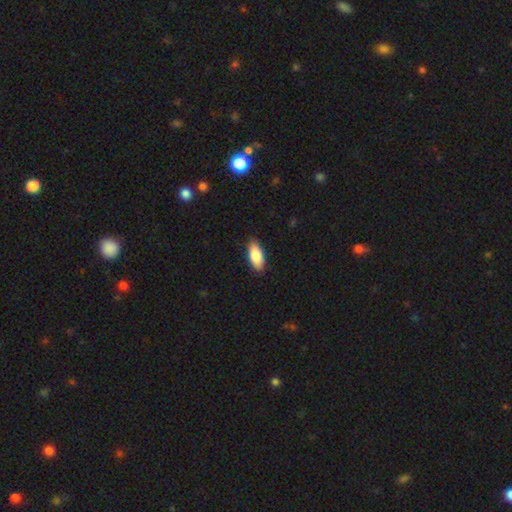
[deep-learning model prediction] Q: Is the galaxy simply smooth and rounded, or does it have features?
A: smooth — 87%.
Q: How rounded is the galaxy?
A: in between — 88%.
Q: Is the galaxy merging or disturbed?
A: none — 88%.